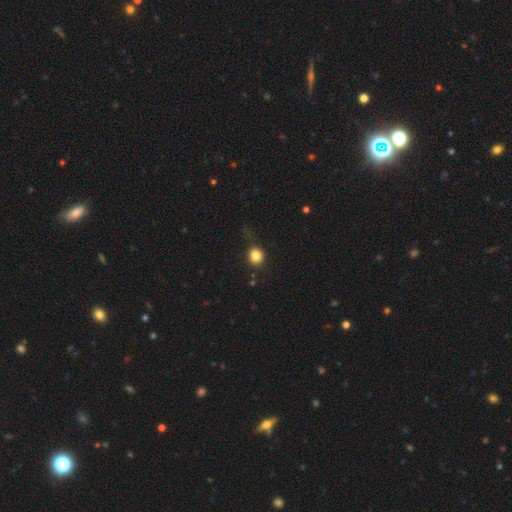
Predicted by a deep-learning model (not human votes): smooth-or-featured: smooth: 84% | star or artifact: 10% | featured or disk: 5%
  how-rounded: round: 75% | in between: 24% | cigar-shaped: 1%
  merging: none: 71% | minor disturbance: 20% | major disturbance: 8% | merger: 2%